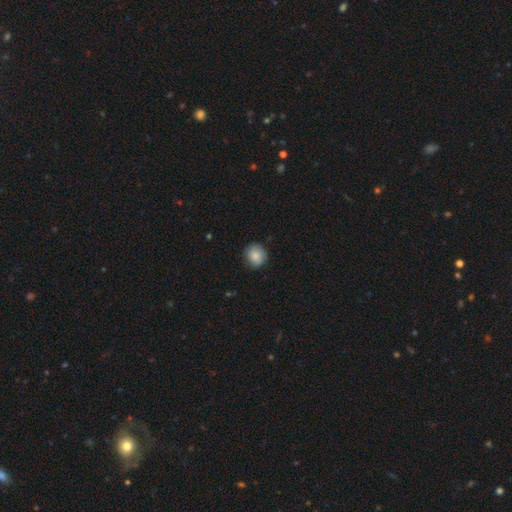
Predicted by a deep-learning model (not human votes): smooth_or_featured: smooth (p=0.85) [alt: star or artifact p=0.08]
how_rounded: round (p=0.80) [alt: in between p=0.19]
merging: none (p=0.80) [alt: minor disturbance p=0.16]